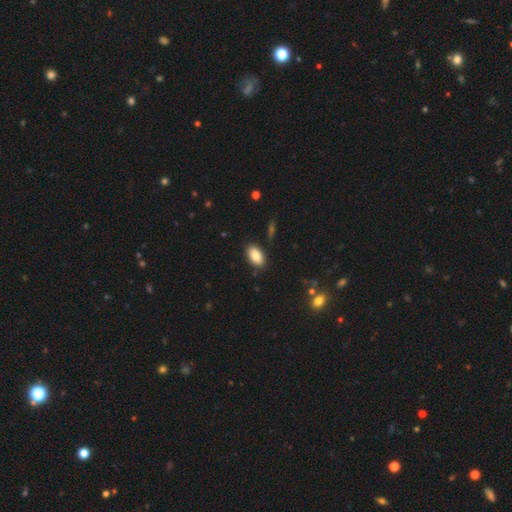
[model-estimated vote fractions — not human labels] smooth_or_featured: smooth (p=0.86) [alt: star or artifact p=0.07]
how_rounded: in between (p=0.93) [alt: round p=0.04]
merging: none (p=0.87) [alt: minor disturbance p=0.09]